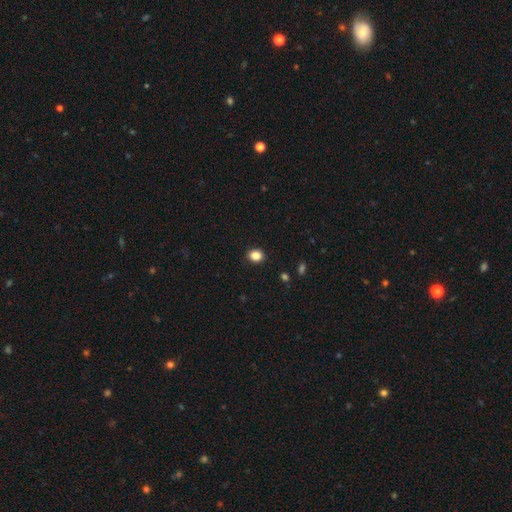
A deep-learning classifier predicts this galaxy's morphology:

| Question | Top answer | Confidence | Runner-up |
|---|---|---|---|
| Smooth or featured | smooth | 85% | star or artifact (11%) |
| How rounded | round | 59% | in between (40%) |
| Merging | none | 91% | minor disturbance (6%) |